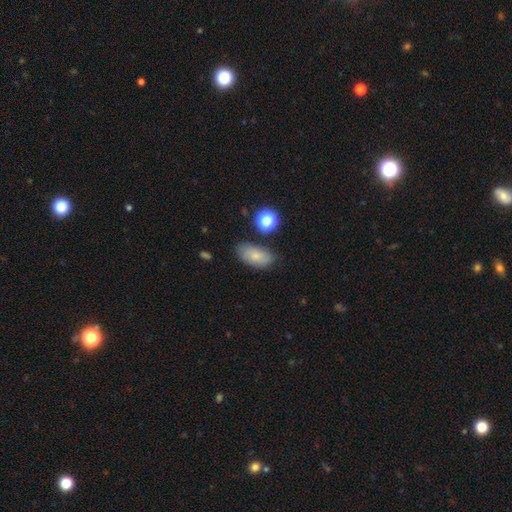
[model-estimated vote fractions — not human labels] smooth-or-featured: smooth: 74% | featured or disk: 16% | star or artifact: 10%
  how-rounded: in between: 90% | round: 6% | cigar-shaped: 4%
  merging: none: 74% | minor disturbance: 18% | major disturbance: 4% | merger: 4%